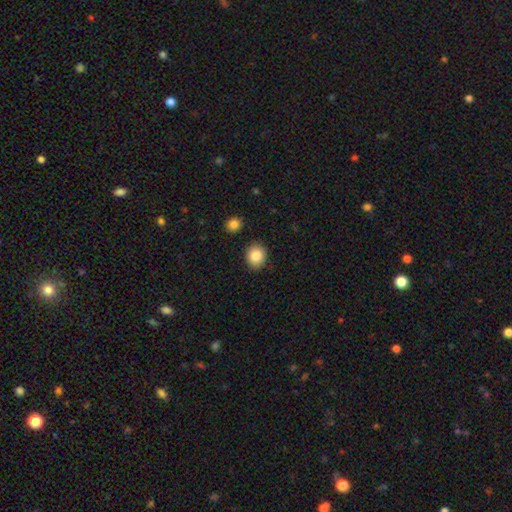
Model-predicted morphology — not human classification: Q: Smooth or featured?
A: smooth (85%); runner-up: star or artifact (9%)
Q: How rounded?
A: round (77%); runner-up: in between (22%)
Q: Merging?
A: none (88%); runner-up: minor disturbance (8%)